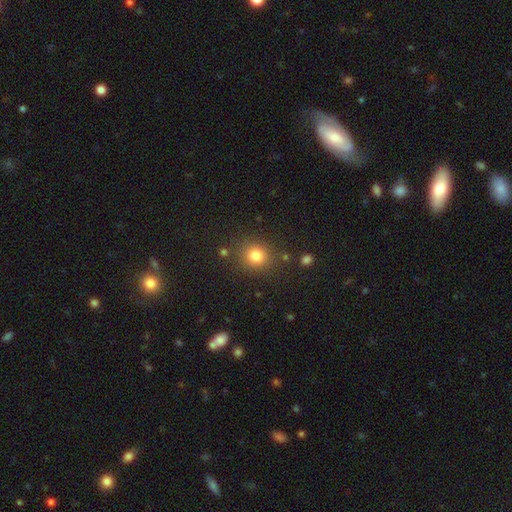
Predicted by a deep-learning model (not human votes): smooth-or-featured: smooth: 81% | star or artifact: 13% | featured or disk: 6%
  how-rounded: round: 86% | in between: 13% | cigar-shaped: 1%
  merging: none: 84% | minor disturbance: 8% | merger: 4% | major disturbance: 3%